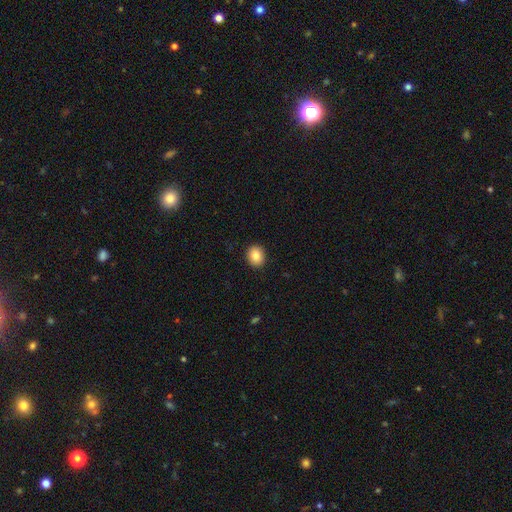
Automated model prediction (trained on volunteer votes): Smooth or featured? Predicted: smooth (p=0.85). How rounded? Predicted: round (p=0.64). Merging? Predicted: none (p=0.92).